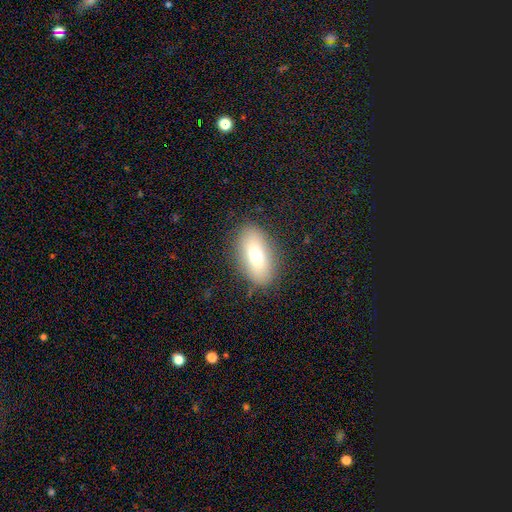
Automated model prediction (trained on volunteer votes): Smooth or featured? Predicted: smooth (p=0.74). How rounded? Predicted: in between (p=0.89). Merging? Predicted: none (p=0.86).